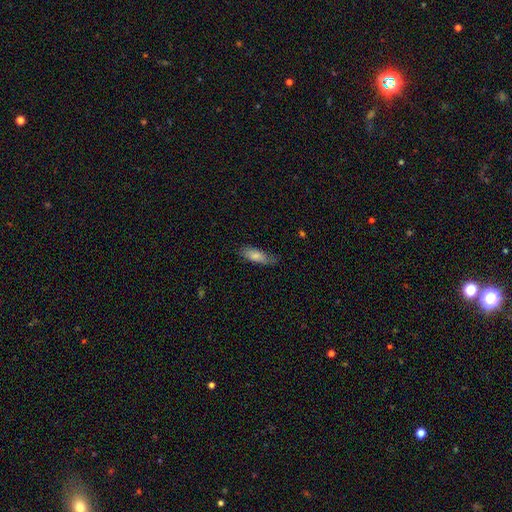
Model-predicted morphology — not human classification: Smooth or featured?
  - smooth: 80% *
  - featured or disk: 14%
  - star or artifact: 6%
How rounded?
  - in between: 65% *
  - cigar-shaped: 33%
  - round: 2%
Merging?
  - none: 65% *
  - minor disturbance: 28%
  - major disturbance: 6%
  - merger: 1%